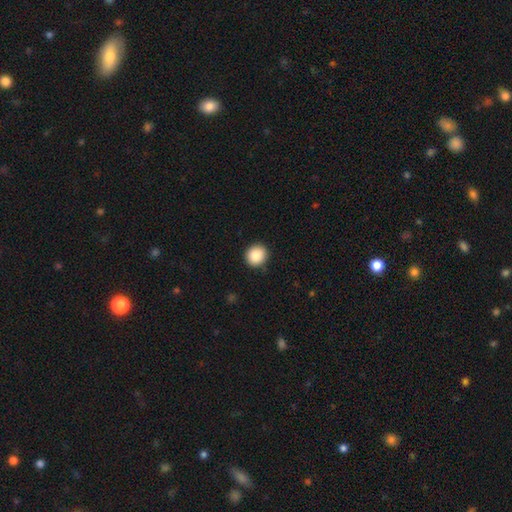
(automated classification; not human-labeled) A smooth galaxy with no disk features (87%) that is round (87%). Merging: none (90%).